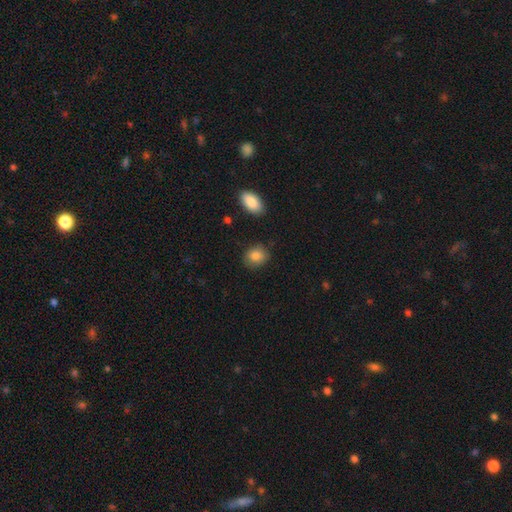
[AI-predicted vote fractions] The model was most divided on "how rounded": round: 55%, in between: 44%, cigar-shaped: 1%. More confident: smooth or featured — smooth (86%); merging — none (82%).